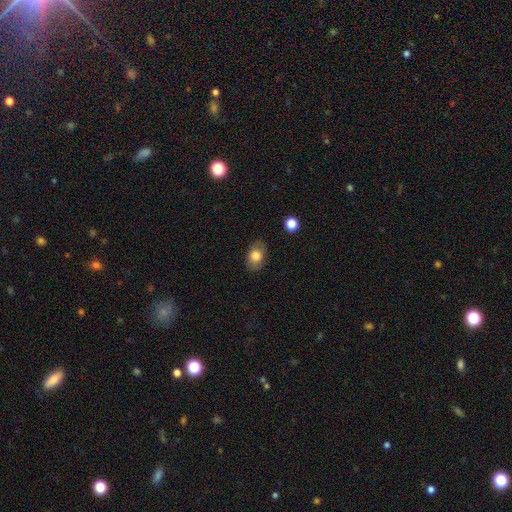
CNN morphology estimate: The model was most divided on "how rounded": in between: 82%, round: 17%, cigar-shaped: 1%. More confident: merging — none (82%); smooth or featured — smooth (79%).